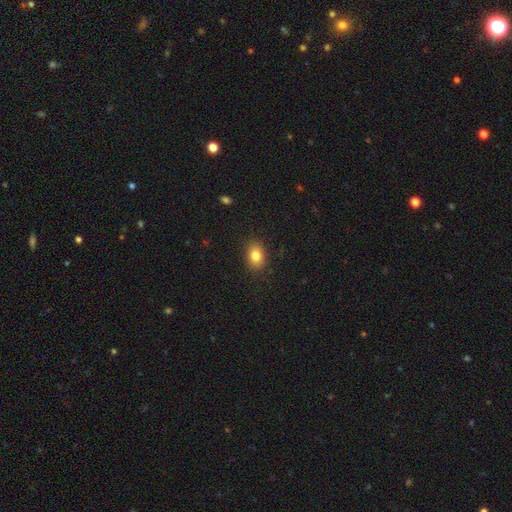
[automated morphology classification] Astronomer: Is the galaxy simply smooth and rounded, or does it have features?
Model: smooth — 83%.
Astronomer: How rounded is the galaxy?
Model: in between — 71%.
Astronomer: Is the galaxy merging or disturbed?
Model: none — 87%.